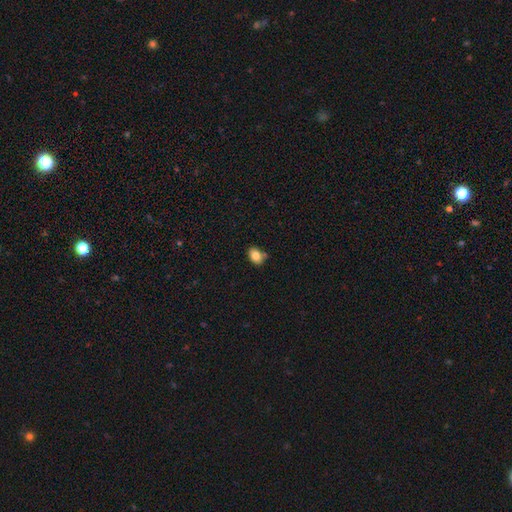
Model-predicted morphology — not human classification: smooth-or-featured: smooth: 82% | featured or disk: 9% | star or artifact: 9%
  how-rounded: in between: 73% | round: 26% | cigar-shaped: 1%
  merging: none: 70% | minor disturbance: 17% | merger: 10% | major disturbance: 3%